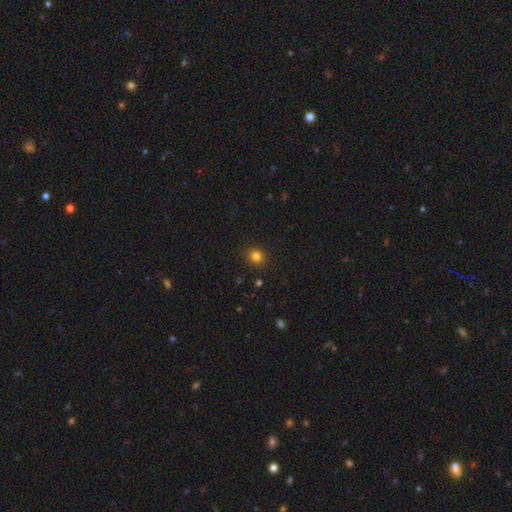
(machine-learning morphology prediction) Smooth or featured? Predicted: smooth (p=0.81). How rounded? Predicted: round (p=0.90). Merging? Predicted: none (p=0.91).